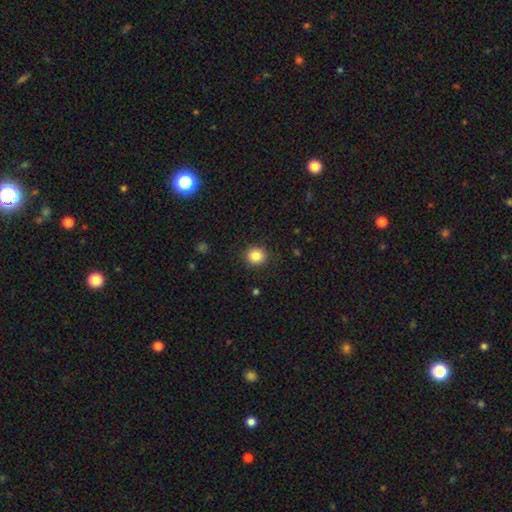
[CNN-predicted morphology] Smooth or featured? Predicted: smooth (p=0.84). How rounded? Predicted: round (p=0.86). Merging? Predicted: none (p=0.89).